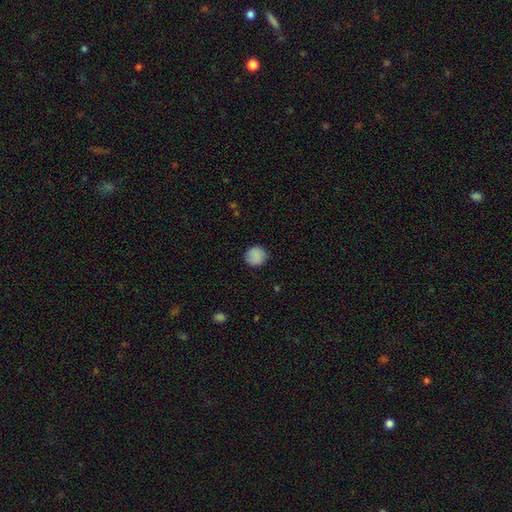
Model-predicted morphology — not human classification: Overall: smooth (88%). How rounded: round (93%). Merging: none (88%).